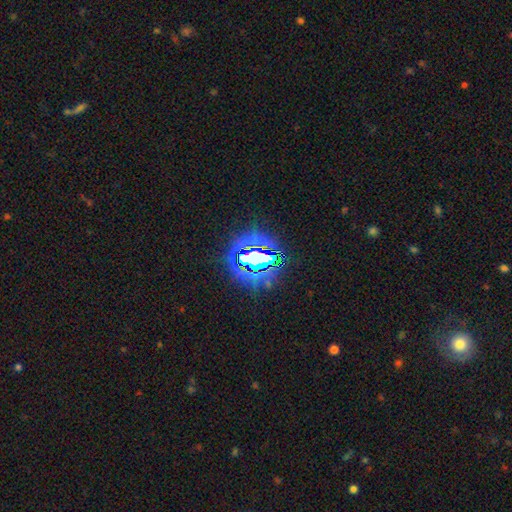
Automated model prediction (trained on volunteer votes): The model was most divided on "smooth or featured": star or artifact: 81%, smooth: 11%, featured or disk: 8%.